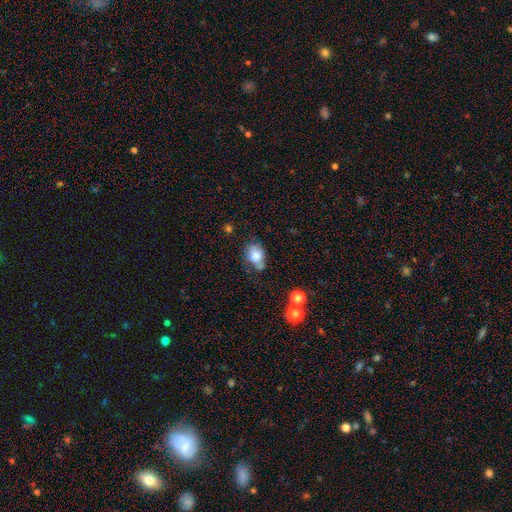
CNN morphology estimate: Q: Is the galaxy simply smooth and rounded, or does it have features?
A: smooth — 75%.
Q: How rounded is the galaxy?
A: in between — 66%.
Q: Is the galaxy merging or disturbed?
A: none — 46%.